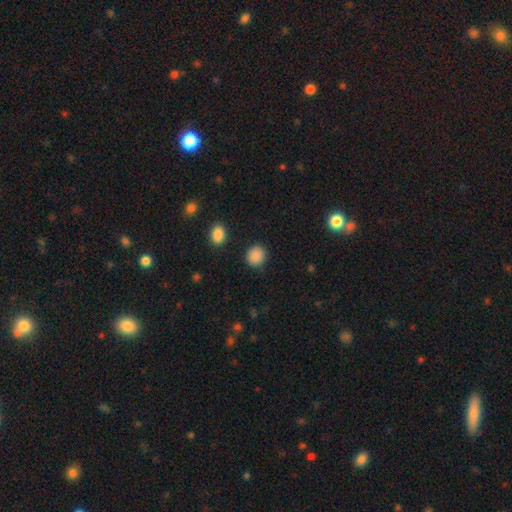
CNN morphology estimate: Smooth or featured? smooth (88%)
How rounded? round (81%)
Merging? none (88%)